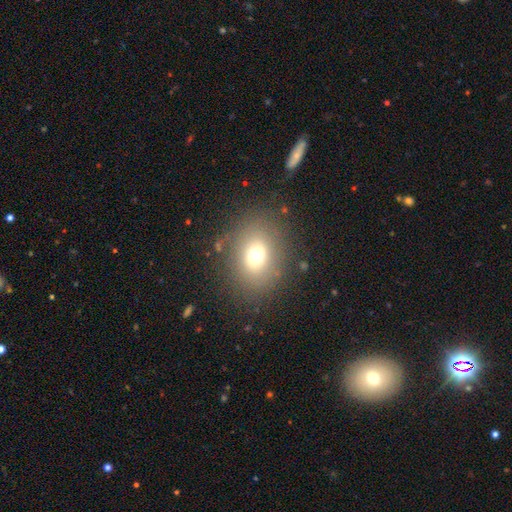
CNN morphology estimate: Smooth or featured?
  - smooth: 67% *
  - featured or disk: 18%
  - star or artifact: 15%
How rounded?
  - in between: 50% *
  - round: 49%
  - cigar-shaped: 1%
Merging?
  - none: 81% *
  - minor disturbance: 11%
  - major disturbance: 6%
  - merger: 2%